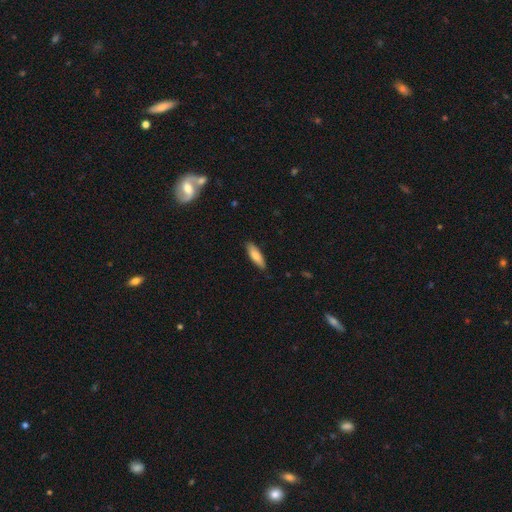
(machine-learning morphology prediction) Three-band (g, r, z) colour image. It shows a smooth galaxy with no disk features (79%) that is cigar-shaped (54%). Merging: none (84%).